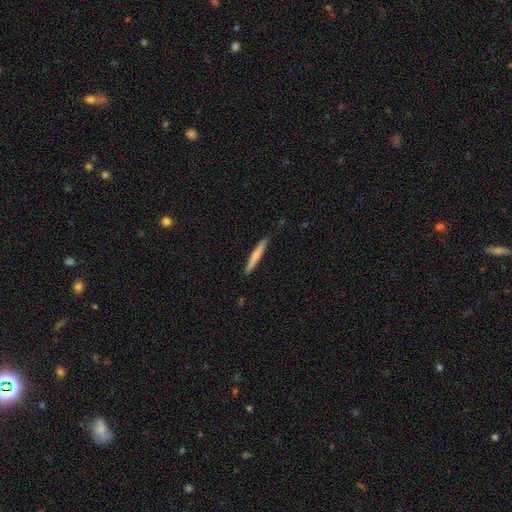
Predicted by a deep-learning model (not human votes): Smooth or featured: smooth — 70% (featured or disk — 25%)
How rounded: cigar-shaped — 96% (in between — 3%)
Merging: none — 88% (minor disturbance — 9%)